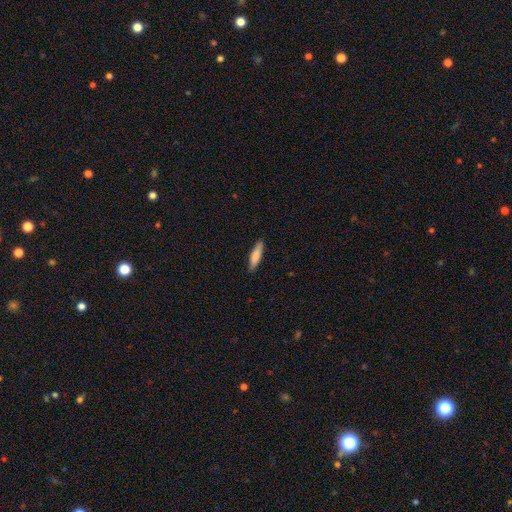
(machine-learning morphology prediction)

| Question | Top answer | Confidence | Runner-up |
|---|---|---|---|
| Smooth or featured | smooth | 80% | featured or disk (14%) |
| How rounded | cigar-shaped | 76% | in between (23%) |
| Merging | none | 87% | minor disturbance (10%) |